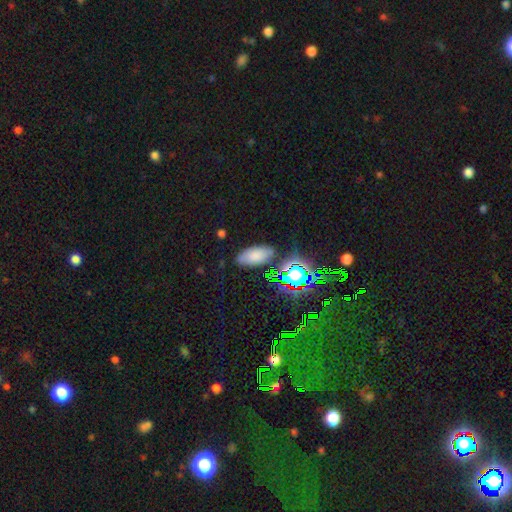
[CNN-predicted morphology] smooth 69%, star or artifact 18%, featured or disk 13%. Down the decision tree: how rounded — in between (91%); merging — none (78%).